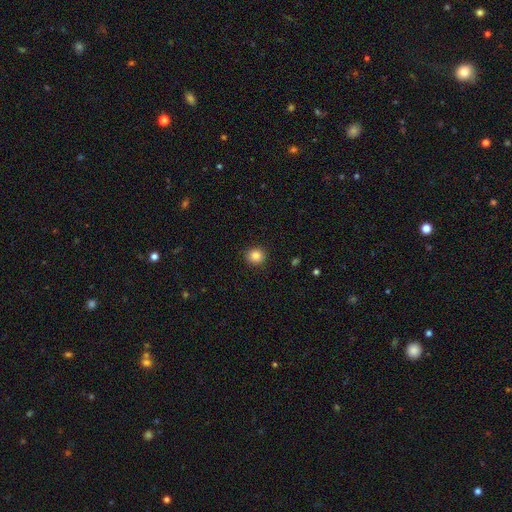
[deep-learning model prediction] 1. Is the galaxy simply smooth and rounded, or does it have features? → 85% smooth, 11% star or artifact, 4% featured or disk.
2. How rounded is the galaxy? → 89% round, 10% in between, 1% cigar-shaped.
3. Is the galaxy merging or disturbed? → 91% none, 6% minor disturbance, 2% major disturbance, 1% merger.